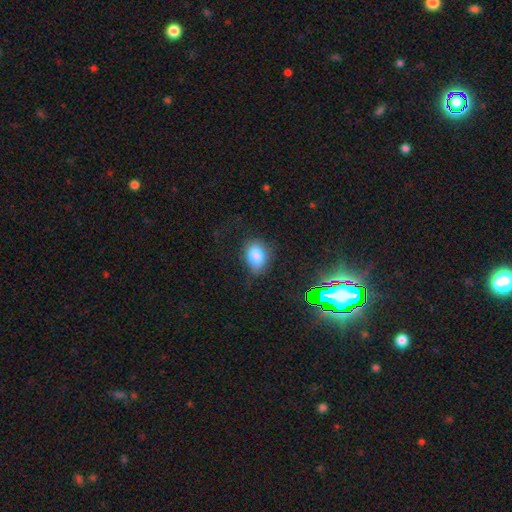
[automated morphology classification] Smooth or featured? smooth (79%)
How rounded? in between (63%)
Merging? none (69%)